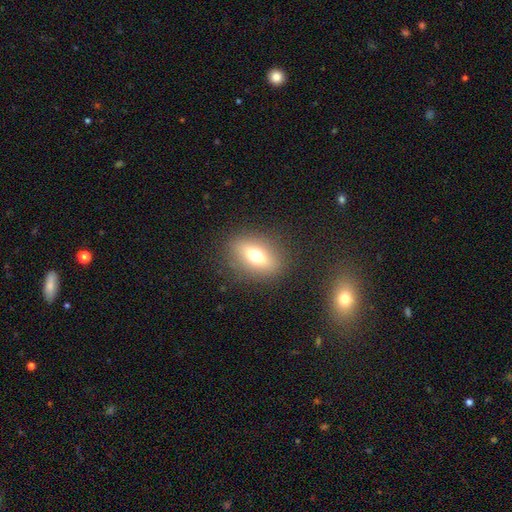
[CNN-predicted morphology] Overall: smooth (64%; featured or disk 25%). How rounded: in between (70%). Merging: none (85%).